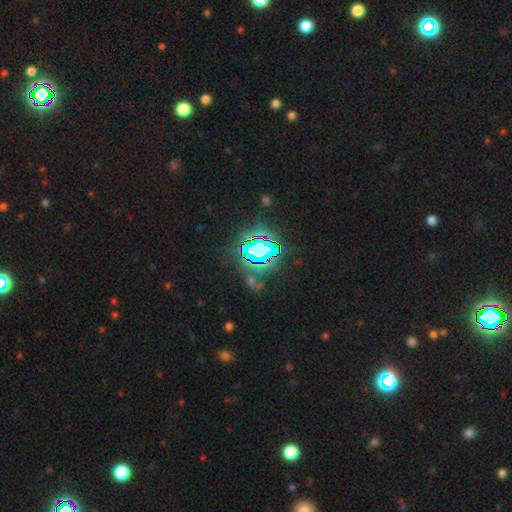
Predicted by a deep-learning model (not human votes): This is clearly a star or artifact rather than a galaxy (80%).